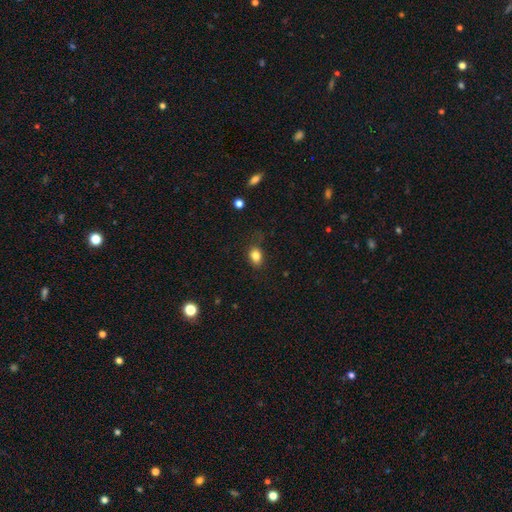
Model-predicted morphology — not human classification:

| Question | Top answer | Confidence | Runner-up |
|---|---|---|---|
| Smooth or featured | smooth | 83% | star or artifact (10%) |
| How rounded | in between | 67% | round (32%) |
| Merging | none | 73% | minor disturbance (19%) |